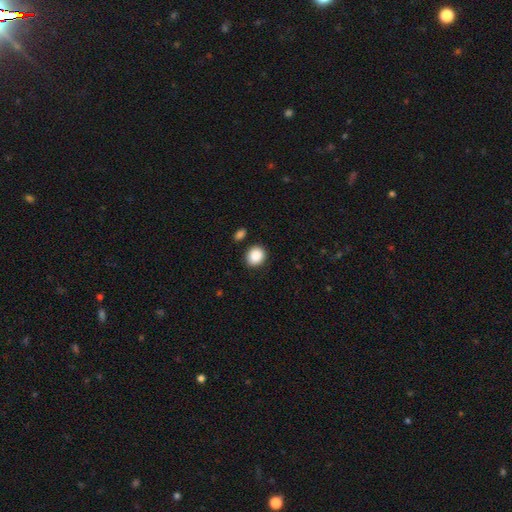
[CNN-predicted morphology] The model was most divided on "how rounded": round: 72%, in between: 27%, cigar-shaped: 1%. More confident: smooth or featured — smooth (89%); merging — none (85%).